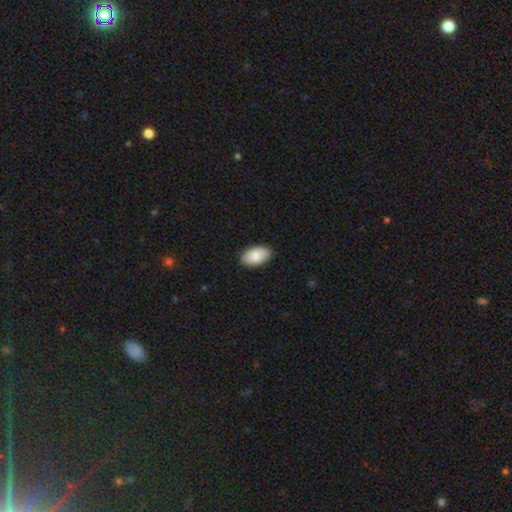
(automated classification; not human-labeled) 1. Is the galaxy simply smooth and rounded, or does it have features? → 87% smooth, 7% featured or disk, 6% star or artifact.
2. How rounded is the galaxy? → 96% in between, 3% round, 2% cigar-shaped.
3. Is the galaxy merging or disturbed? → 90% none, 8% minor disturbance, 2% major disturbance, 1% merger.